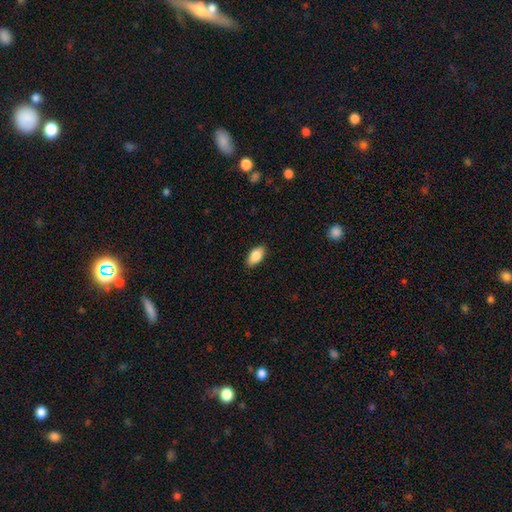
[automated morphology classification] A smooth galaxy with no disk features (85%) that is in between round and cigar-shaped (92%). Merging: none (89%).